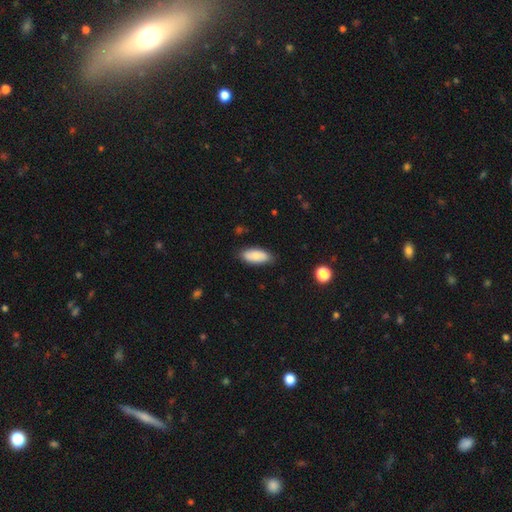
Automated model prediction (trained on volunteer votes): The model was most divided on "merging": none: 83%, minor disturbance: 14%, major disturbance: 2%, merger: 1%. More confident: how rounded — in between (87%); smooth or featured — smooth (84%).